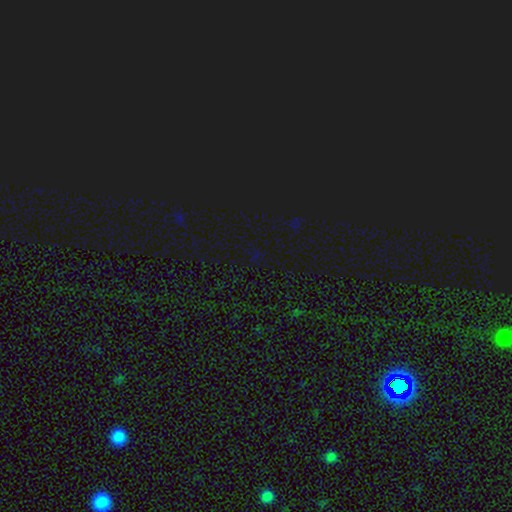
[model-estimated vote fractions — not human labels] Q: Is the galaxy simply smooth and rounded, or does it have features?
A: star or artifact — 77%.